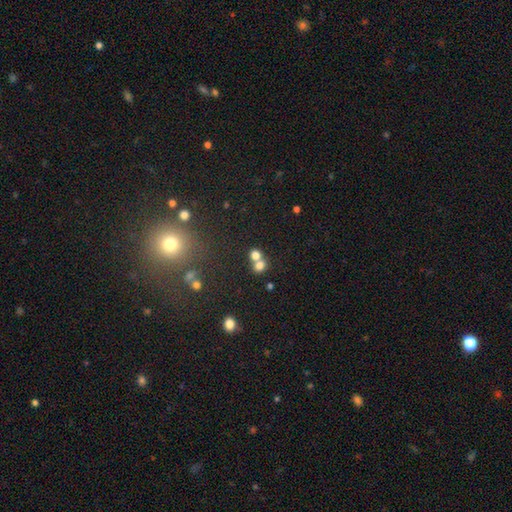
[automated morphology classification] smooth 74%, star or artifact 15%, featured or disk 11%. Down the decision tree: how rounded — round (75%); merging — merger (53%).